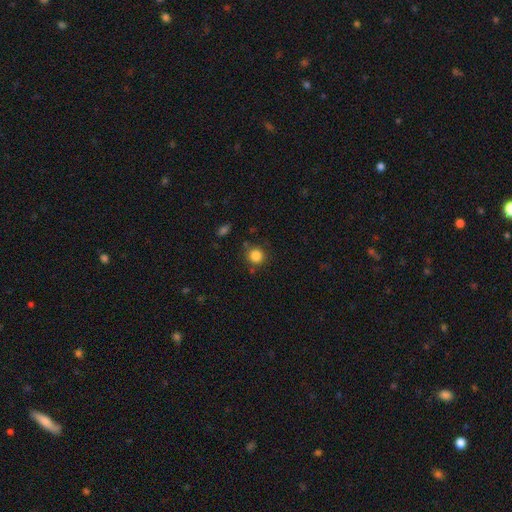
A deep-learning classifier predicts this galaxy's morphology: smooth 84%, star or artifact 11%, featured or disk 5%. Down the decision tree: how rounded — round (92%); merging — none (82%).